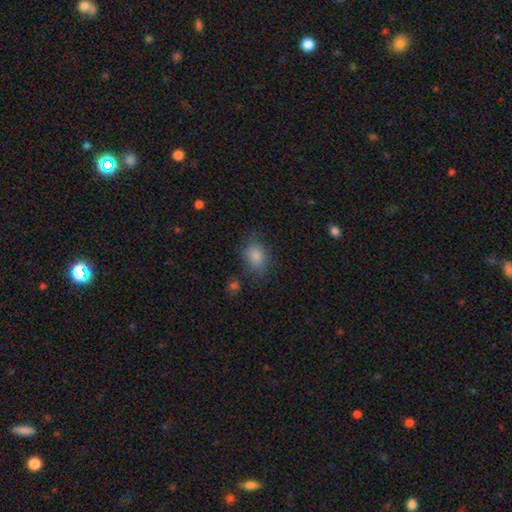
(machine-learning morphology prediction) smooth_or_featured: smooth (p=0.81) [alt: star or artifact p=0.11]
how_rounded: in between (p=0.67) [alt: round p=0.32]
merging: none (p=0.74) [alt: minor disturbance p=0.18]